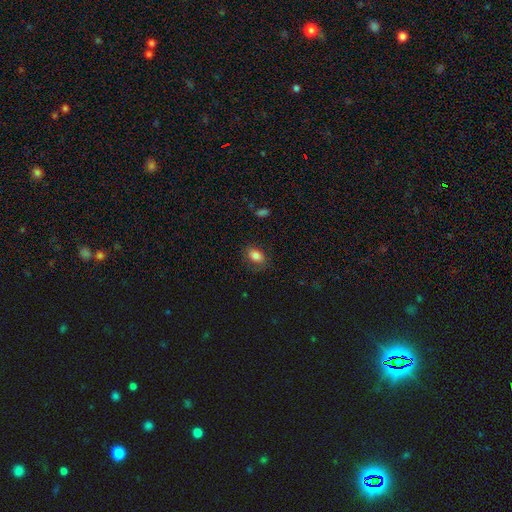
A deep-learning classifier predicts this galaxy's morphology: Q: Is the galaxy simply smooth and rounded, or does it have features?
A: smooth — 82%.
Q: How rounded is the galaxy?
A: in between — 82%.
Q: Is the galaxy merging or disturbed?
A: none — 77%.